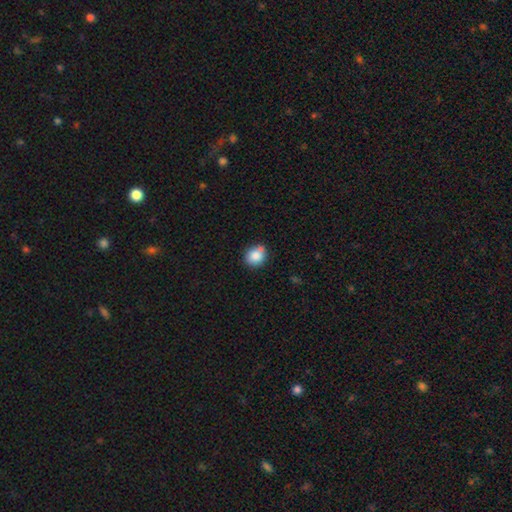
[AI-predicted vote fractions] Smooth or featured?
  - smooth: 85% *
  - star or artifact: 9%
  - featured or disk: 6%
How rounded?
  - round: 79% *
  - in between: 20%
  - cigar-shaped: 1%
Merging?
  - none: 71% *
  - minor disturbance: 16%
  - merger: 10%
  - major disturbance: 3%